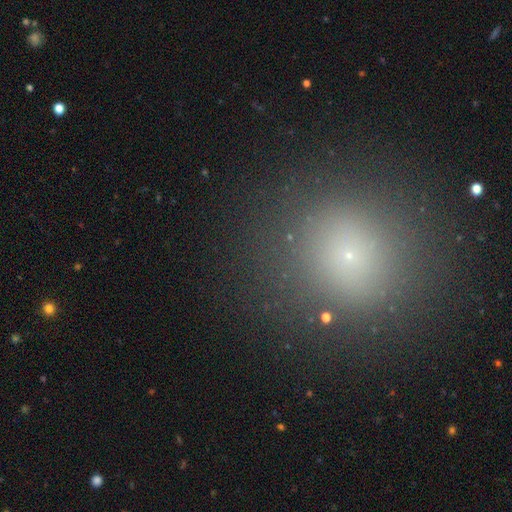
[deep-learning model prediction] Overall: smooth (64%; star or artifact 27%). How rounded: round (87%). Merging: none (86%).